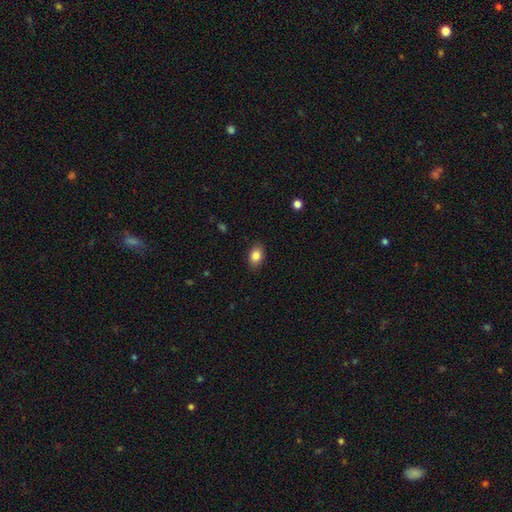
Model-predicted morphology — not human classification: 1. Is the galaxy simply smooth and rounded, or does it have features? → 85% smooth, 8% star or artifact, 7% featured or disk.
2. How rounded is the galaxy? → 83% in between, 15% round, 1% cigar-shaped.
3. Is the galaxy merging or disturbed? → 87% none, 10% minor disturbance, 2% major disturbance, 1% merger.